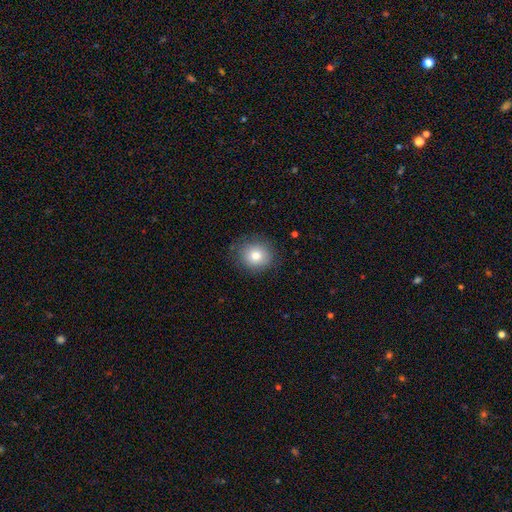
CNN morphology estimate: This appears to be a smooth galaxy with no disk features (79%) that is round (80%). Merging: none (83%).